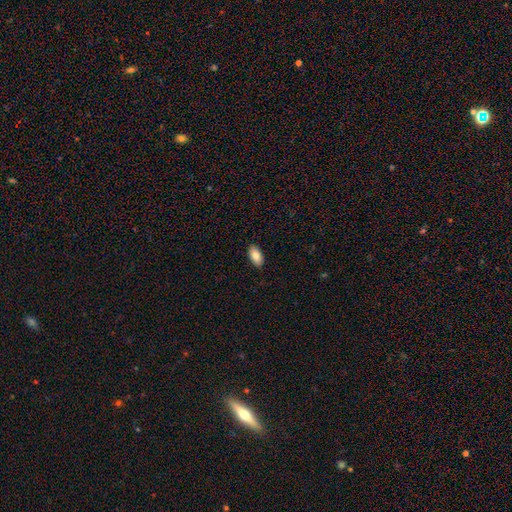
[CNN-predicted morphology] This appears to be a smooth galaxy with no disk features (85%) that is in between round and cigar-shaped (94%). Merging: none (90%).